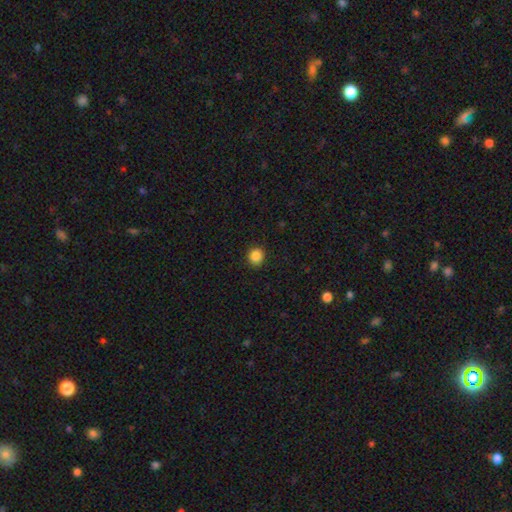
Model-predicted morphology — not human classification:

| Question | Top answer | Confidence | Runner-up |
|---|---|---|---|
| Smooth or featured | smooth | 86% | star or artifact (10%) |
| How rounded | round | 89% | in between (10%) |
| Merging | none | 92% | minor disturbance (6%) |